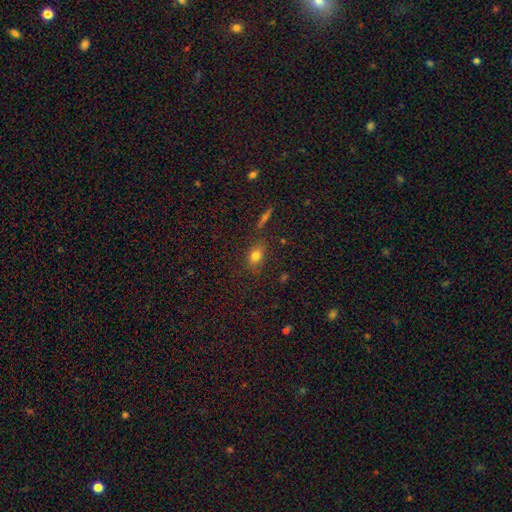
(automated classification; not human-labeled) Smooth or featured?
  - smooth: 77% *
  - star or artifact: 13%
  - featured or disk: 10%
How rounded?
  - in between: 68% *
  - round: 28%
  - cigar-shaped: 4%
Merging?
  - none: 78% *
  - minor disturbance: 14%
  - merger: 4%
  - major disturbance: 4%